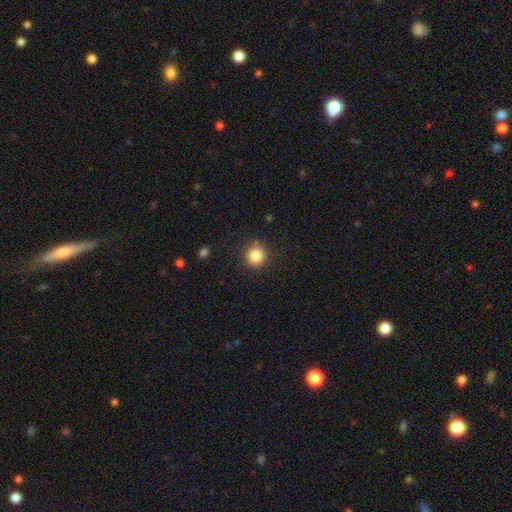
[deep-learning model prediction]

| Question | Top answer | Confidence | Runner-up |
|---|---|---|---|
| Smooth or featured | smooth | 85% | star or artifact (10%) |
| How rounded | round | 89% | in between (10%) |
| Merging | none | 87% | minor disturbance (9%) |